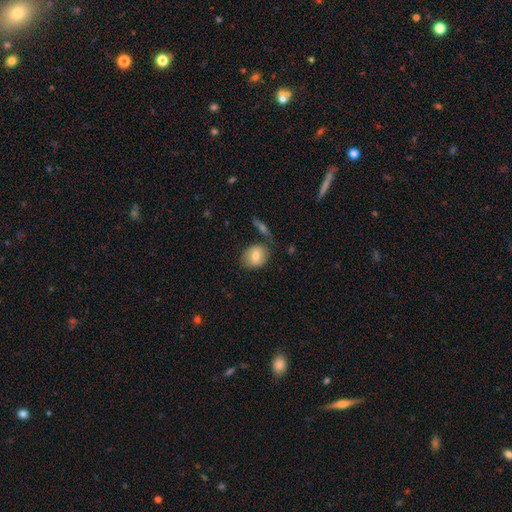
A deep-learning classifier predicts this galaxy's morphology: Q: Smooth or featured?
A: smooth (74%); runner-up: featured or disk (18%)
Q: How rounded?
A: round (53%); runner-up: in between (45%)
Q: Merging?
A: none (67%); runner-up: minor disturbance (18%)